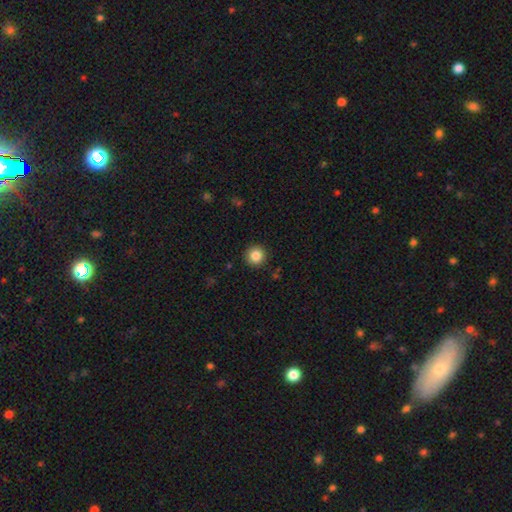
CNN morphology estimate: smooth 85%, star or artifact 10%, featured or disk 5%. Down the decision tree: how rounded — round (95%); merging — none (92%).